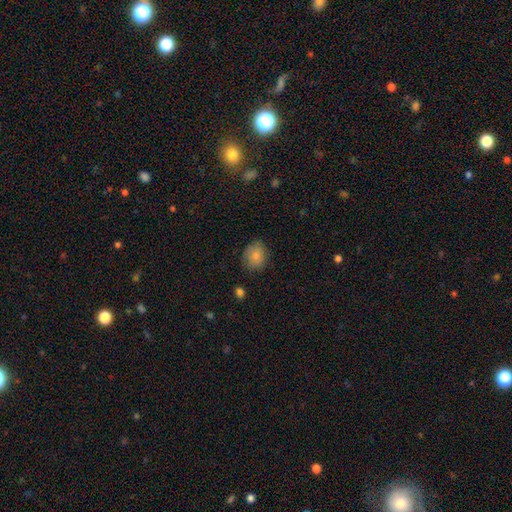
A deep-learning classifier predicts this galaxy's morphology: The model was most divided on "how rounded": round: 58%, in between: 41%, cigar-shaped: 1%. More confident: smooth or featured — smooth (83%); merging — none (74%).